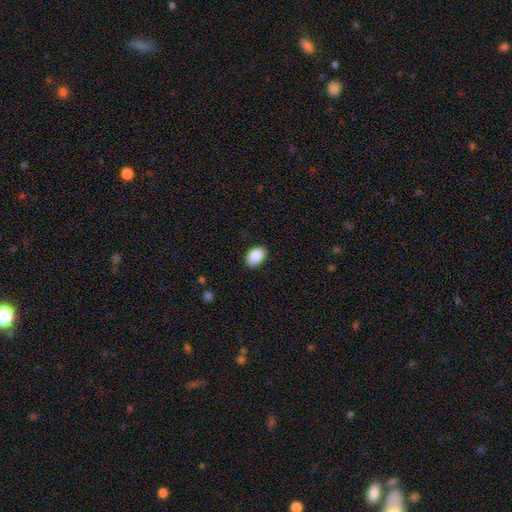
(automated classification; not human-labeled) This appears to be a smooth galaxy with no disk features (90%) that is in between round and cigar-shaped (86%). Merging: none (88%).